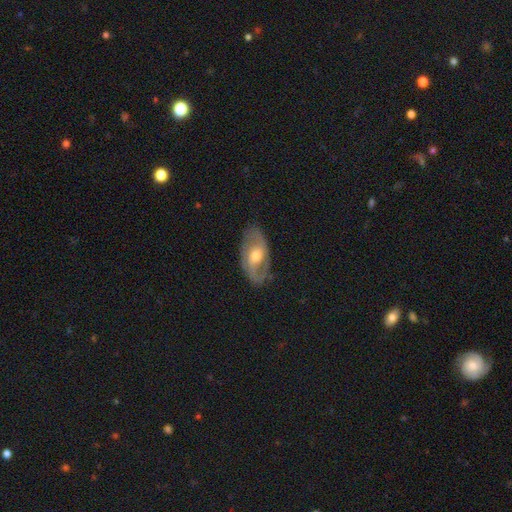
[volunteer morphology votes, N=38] Q: Smooth or featured?
A: featured or disk (74%); runner-up: smooth (21%)
Q: Edge-on disk?
A: no (86%); runner-up: yes (14%)
Q: Bar?
A: no (46%); runner-up: weak (42%)
Q: Spiral arms?
A: yes (83%); runner-up: no (17%)
Q: Spiral winding?
A: tight (35%); tied with: loose (35%)
Q: Spiral arm count?
A: 2 (80%); runner-up: can't tell (15%)
Q: Bulge size?
A: moderate (62%); runner-up: small (21%)
Q: Merging?
A: none (67%); runner-up: minor disturbance (17%)